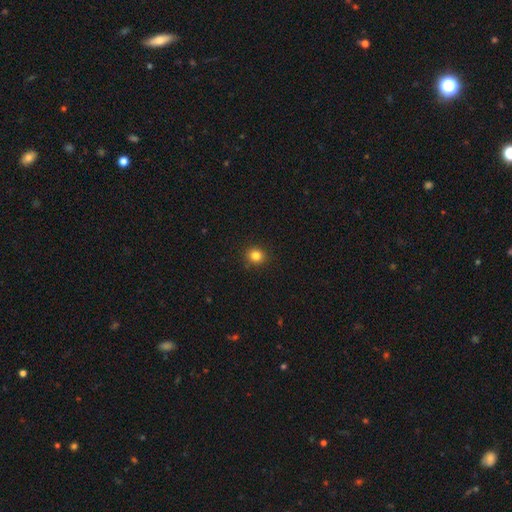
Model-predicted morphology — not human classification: smooth_or_featured: smooth (p=0.83) [alt: star or artifact p=0.12]
how_rounded: round (p=0.89) [alt: in between p=0.10]
merging: none (p=0.91) [alt: minor disturbance p=0.06]